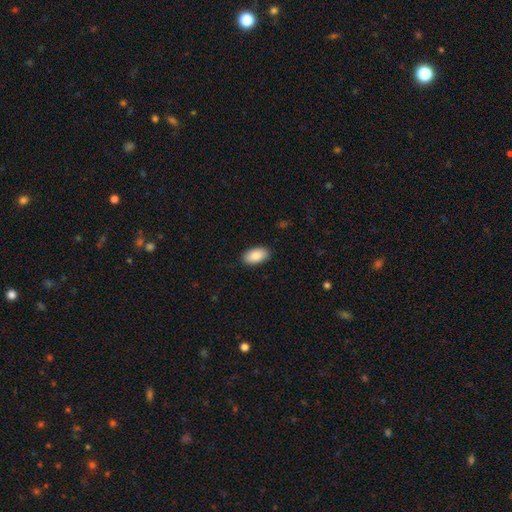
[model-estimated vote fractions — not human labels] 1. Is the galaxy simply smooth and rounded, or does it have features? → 89% smooth, 6% star or artifact, 5% featured or disk.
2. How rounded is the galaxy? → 95% in between, 3% round, 2% cigar-shaped.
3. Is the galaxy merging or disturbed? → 89% none, 8% minor disturbance, 2% major disturbance, 1% merger.